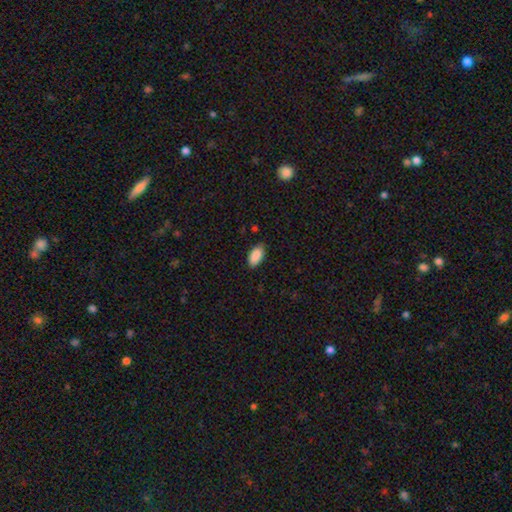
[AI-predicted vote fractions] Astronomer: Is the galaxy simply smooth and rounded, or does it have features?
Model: smooth — 90%.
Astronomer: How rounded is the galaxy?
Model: in between — 94%.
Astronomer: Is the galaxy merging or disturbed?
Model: none — 82%.